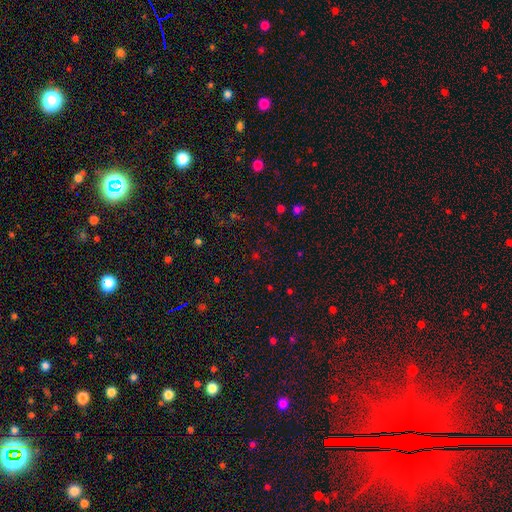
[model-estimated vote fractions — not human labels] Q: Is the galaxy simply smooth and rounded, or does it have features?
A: star or artifact — 59%.